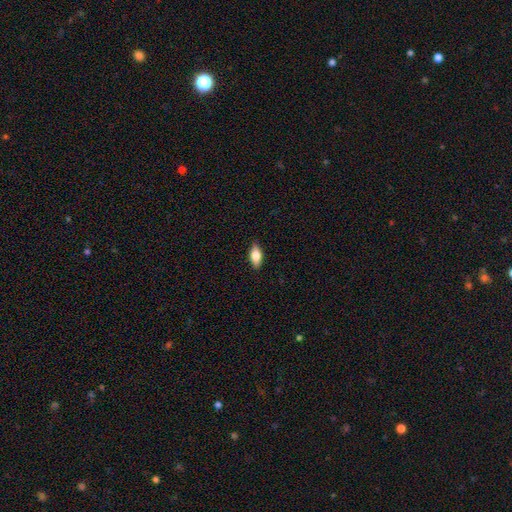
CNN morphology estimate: type=smooth (71%); roundness=in between (84%); merging=none (87%).